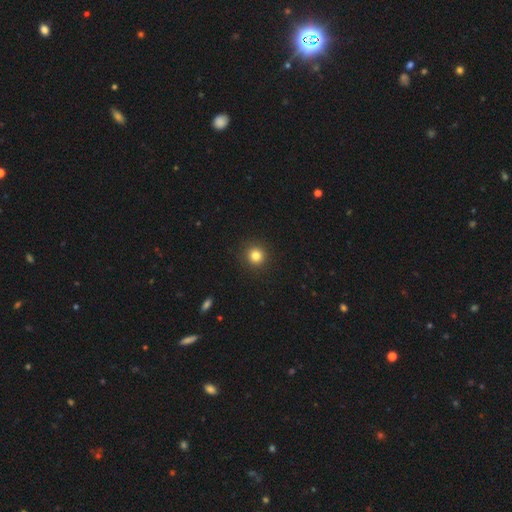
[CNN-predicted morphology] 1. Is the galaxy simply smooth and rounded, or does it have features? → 83% smooth, 12% star or artifact, 5% featured or disk.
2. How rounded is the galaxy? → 94% round, 5% in between, 1% cigar-shaped.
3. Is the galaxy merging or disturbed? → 92% none, 5% minor disturbance, 2% major disturbance, 1% merger.